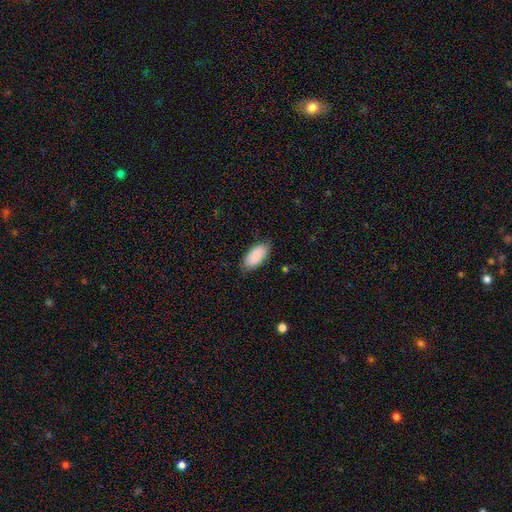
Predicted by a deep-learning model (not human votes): Smooth or featured? smooth (88%)
How rounded? in between (93%)
Merging? none (80%)